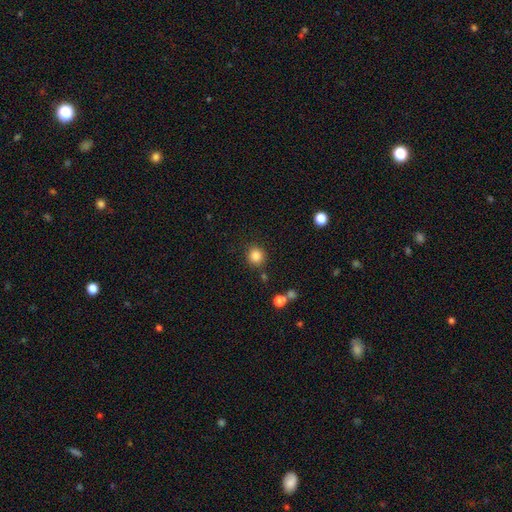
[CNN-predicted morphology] This appears to be a smooth galaxy with no disk features (85%) that is round (92%). Merging: none (85%).